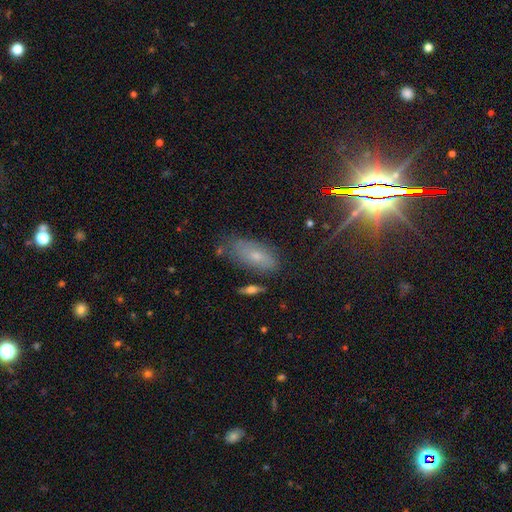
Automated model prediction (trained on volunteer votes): smooth_or_featured: smooth (p=0.55) [alt: featured or disk p=0.26]
how_rounded: in between (p=0.85) [alt: cigar-shaped p=0.11]
merging: none (p=0.66) [alt: minor disturbance p=0.22]